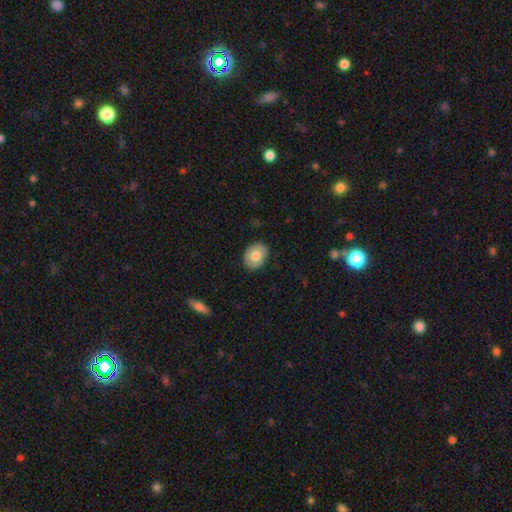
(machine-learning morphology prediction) Smooth or featured? smooth (73%)
How rounded? in between (56%)
Merging? none (87%)